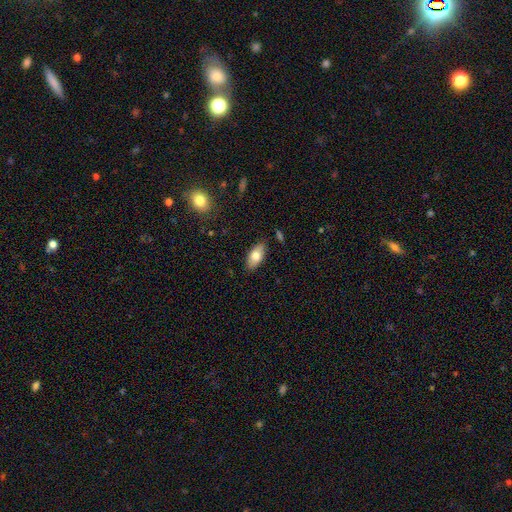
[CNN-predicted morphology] Overall: smooth (77%). How rounded: in between (91%). Merging: none (86%).